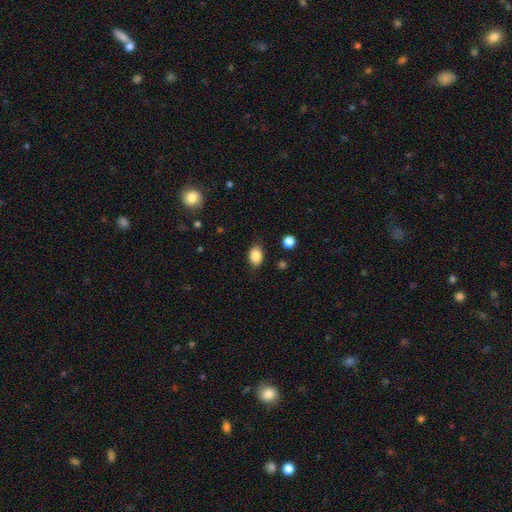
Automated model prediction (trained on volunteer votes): Smooth or featured: smooth — 87% (star or artifact — 8%)
How rounded: in between — 79% (round — 19%)
Merging: none — 84% (minor disturbance — 11%)